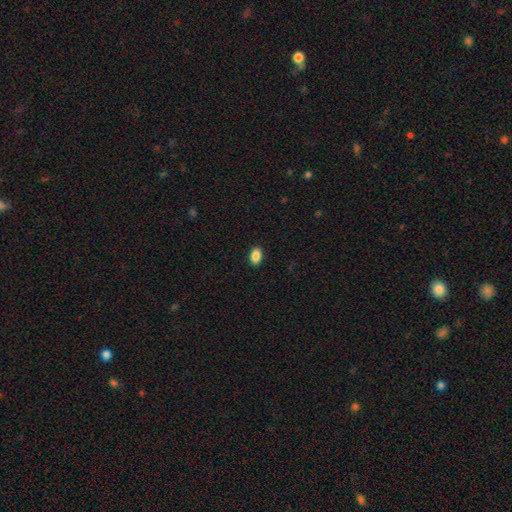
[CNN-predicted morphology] This is clearly a smooth galaxy (88%). How rounded: clearly in between (90%). Merging: clearly none (90%).